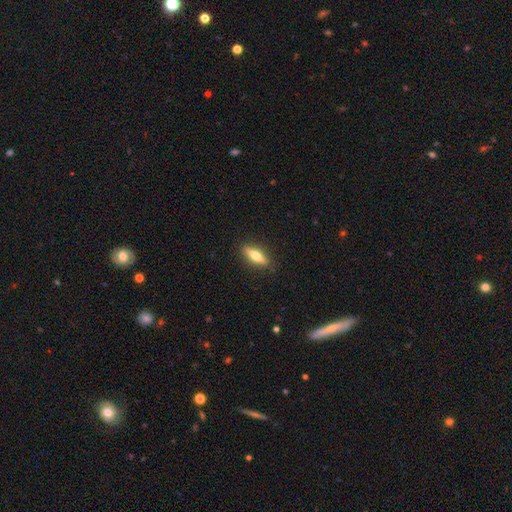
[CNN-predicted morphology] smooth-or-featured: smooth: 50% | featured or disk: 44% | star or artifact: 6%
  merging: none: 89% | minor disturbance: 8% | major disturbance: 2% | merger: 1%